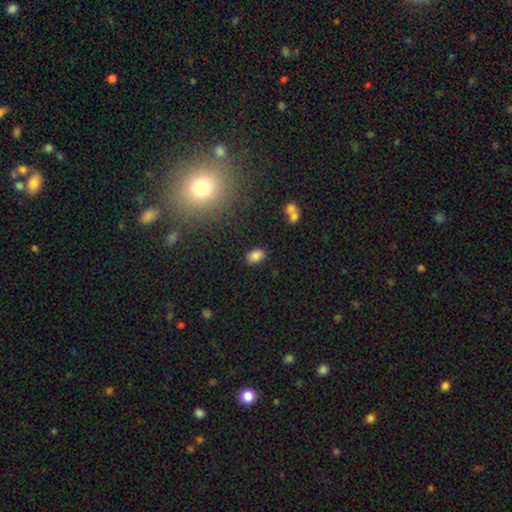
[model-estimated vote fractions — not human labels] smooth 84%, star or artifact 11%, featured or disk 6%. Down the decision tree: how rounded — in between (83%); merging — none (84%).